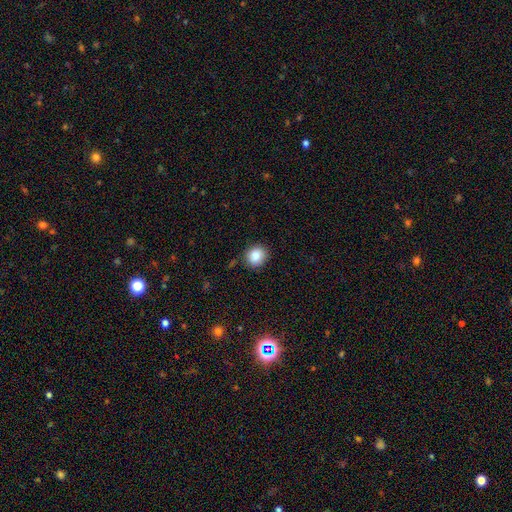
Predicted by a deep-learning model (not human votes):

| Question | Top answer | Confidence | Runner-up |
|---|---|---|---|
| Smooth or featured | smooth | 86% | star or artifact (9%) |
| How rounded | round | 85% | in between (14%) |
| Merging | none | 85% | minor disturbance (10%) |